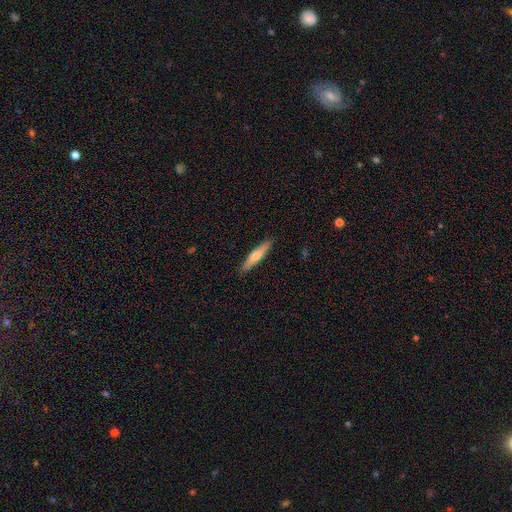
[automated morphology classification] Smooth or featured?
  - smooth: 57% *
  - featured or disk: 38%
  - star or artifact: 6%
How rounded?
  - cigar-shaped: 89% *
  - in between: 10%
  - round: 1%
Merging?
  - none: 90% *
  - minor disturbance: 7%
  - major disturbance: 1%
  - merger: 1%